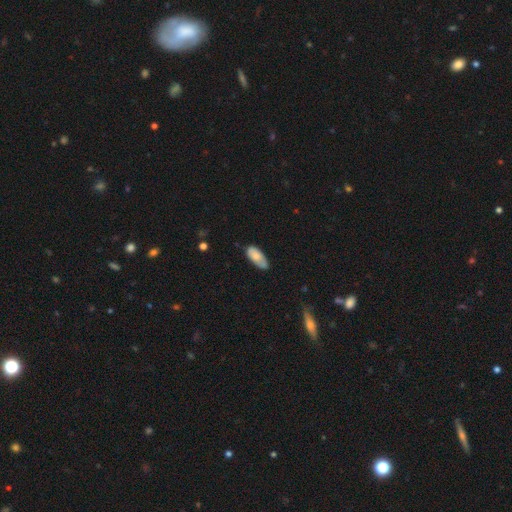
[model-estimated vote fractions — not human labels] Smooth or featured? Predicted: smooth (p=0.75). How rounded? Predicted: in between (p=0.86). Merging? Predicted: none (p=0.63).